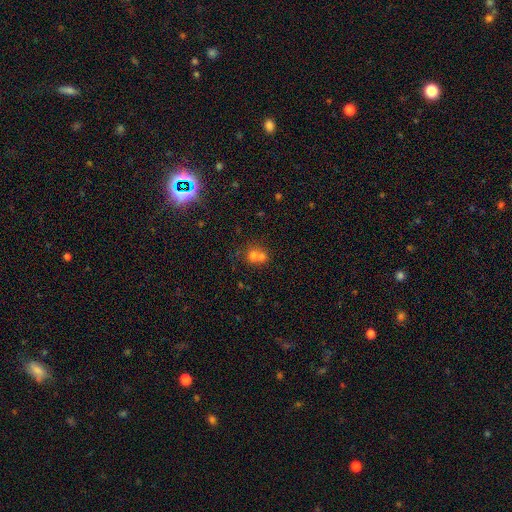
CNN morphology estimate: The model was most divided on "merging": merger: 61%, none: 31%, minor disturbance: 5%, major disturbance: 2%. More confident: how rounded — round (81%); smooth or featured — smooth (68%).